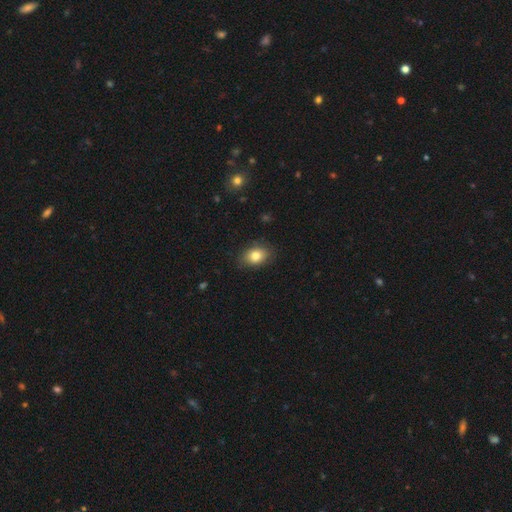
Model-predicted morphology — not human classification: smooth-or-featured: smooth: 82% | featured or disk: 9% | star or artifact: 9%
  how-rounded: in between: 77% | round: 22% | cigar-shaped: 1%
  merging: none: 83% | minor disturbance: 13% | major disturbance: 3% | merger: 1%